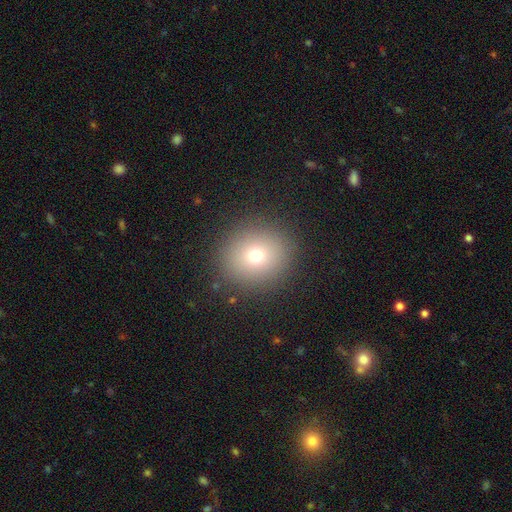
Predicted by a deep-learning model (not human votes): smooth-or-featured: smooth: 73% | star or artifact: 16% | featured or disk: 11%
  how-rounded: round: 84% | in between: 15% | cigar-shaped: 1%
  merging: none: 89% | minor disturbance: 7% | major disturbance: 3% | merger: 1%